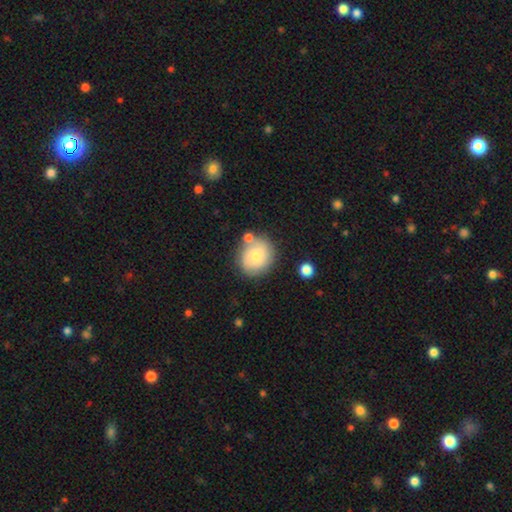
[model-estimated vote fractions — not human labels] The model was most divided on "smooth or featured": smooth: 69%, featured or disk: 24%, star or artifact: 8%. More confident: how rounded — round (78%); merging — none (67%).